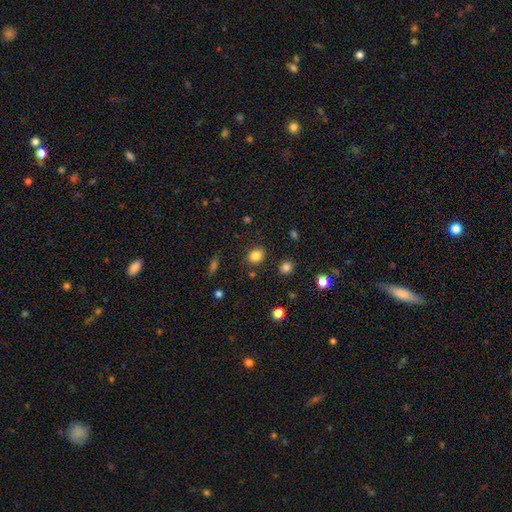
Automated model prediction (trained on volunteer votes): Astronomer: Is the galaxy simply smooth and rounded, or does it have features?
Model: smooth — 84%.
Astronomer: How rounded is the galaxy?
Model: round — 61% (runner-up: in between, 38%).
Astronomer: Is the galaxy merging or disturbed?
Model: none — 85%.